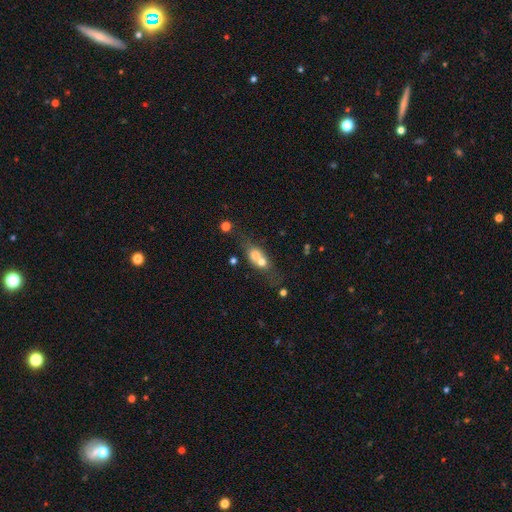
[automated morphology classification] type=smooth (62%); roundness=in between (47%); merging=merger (60%).